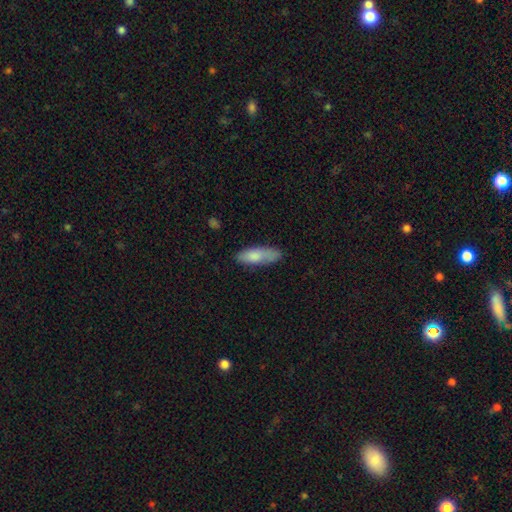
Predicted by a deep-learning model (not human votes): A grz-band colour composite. It shows a smooth galaxy with no disk features (80%) that is in between round and cigar-shaped (58%). Merging: none (68%).